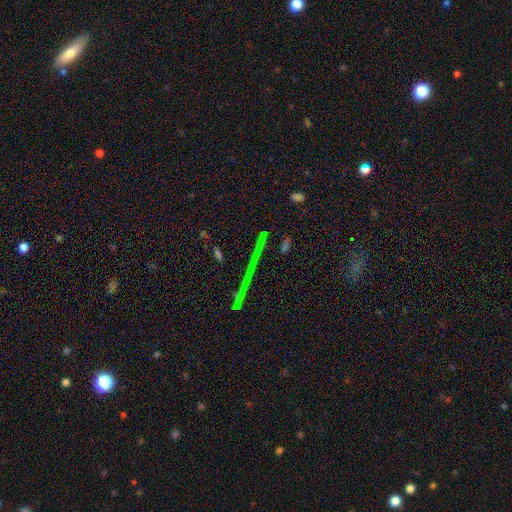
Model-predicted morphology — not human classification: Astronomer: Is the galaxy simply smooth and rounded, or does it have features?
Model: star or artifact — 64%.